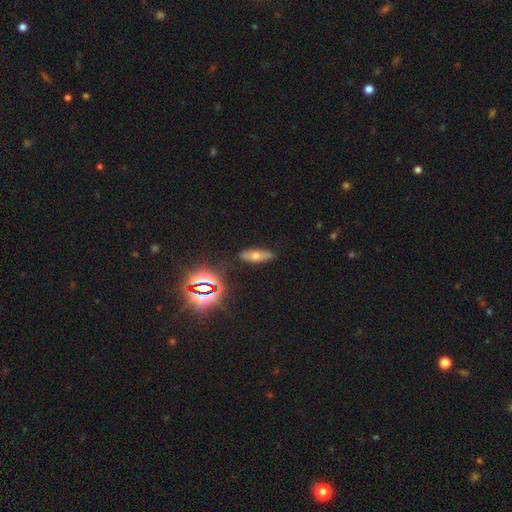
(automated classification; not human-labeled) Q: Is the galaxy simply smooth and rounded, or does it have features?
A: smooth — 44%.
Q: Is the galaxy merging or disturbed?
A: none — 83%.